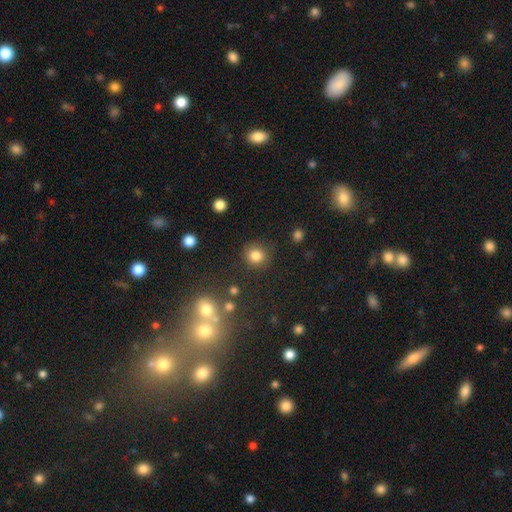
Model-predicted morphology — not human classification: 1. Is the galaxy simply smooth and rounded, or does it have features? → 82% smooth, 12% star or artifact, 5% featured or disk.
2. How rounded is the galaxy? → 89% round, 10% in between, 1% cigar-shaped.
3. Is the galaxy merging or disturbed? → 87% none, 8% minor disturbance, 3% major disturbance, 2% merger.